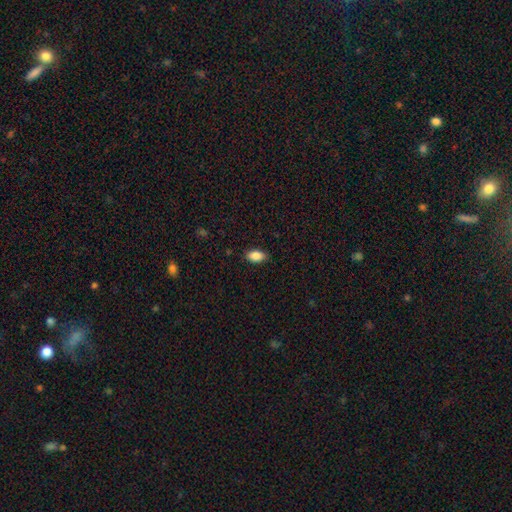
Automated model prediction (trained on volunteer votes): smooth 88%, star or artifact 8%, featured or disk 5%. Down the decision tree: how rounded — in between (92%); merging — none (87%).